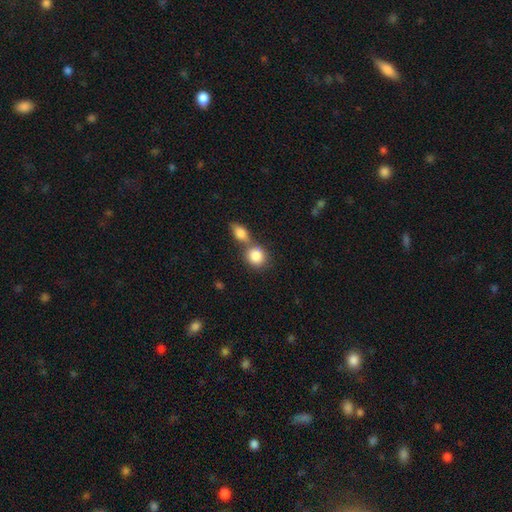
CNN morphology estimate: Overall: smooth (84%). How rounded: round (70%). Merging: merger (53%; none 36%).